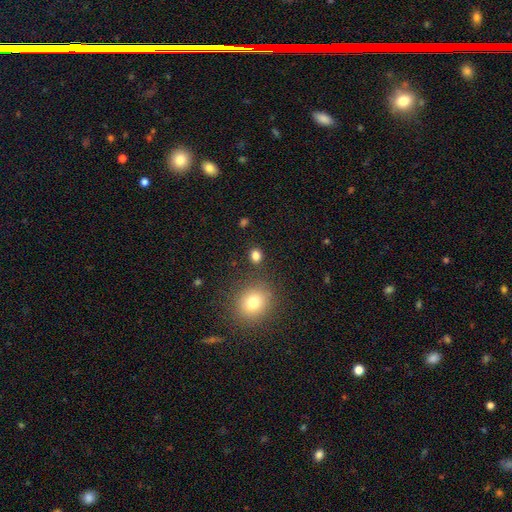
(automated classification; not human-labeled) A smooth galaxy with no disk features (82%) that is round (63%). Merging: none (84%).